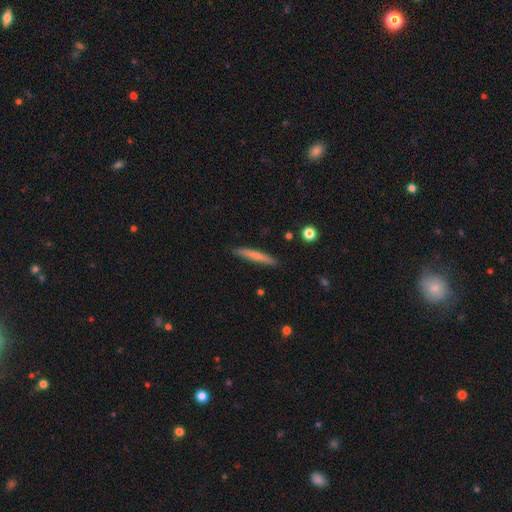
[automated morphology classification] Q: Smooth or featured?
A: smooth (72%); runner-up: featured or disk (22%)
Q: How rounded?
A: cigar-shaped (95%); runner-up: in between (4%)
Q: Merging?
A: none (89%); runner-up: minor disturbance (8%)